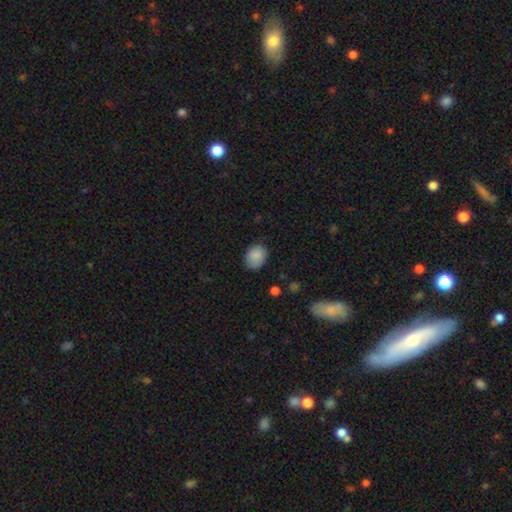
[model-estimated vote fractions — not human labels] Smooth or featured? Predicted: smooth (p=0.87). How rounded? Predicted: in between (p=0.51). Merging? Predicted: none (p=0.76).